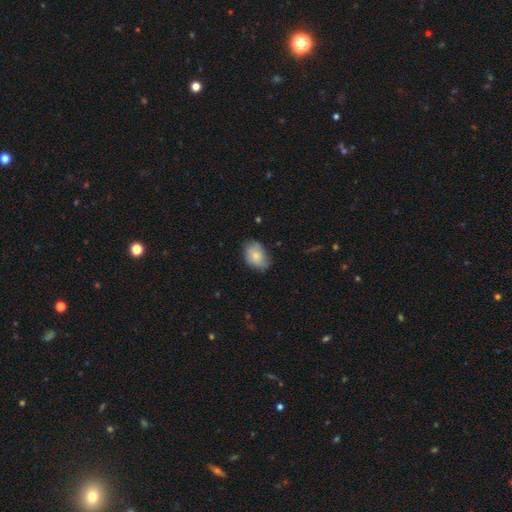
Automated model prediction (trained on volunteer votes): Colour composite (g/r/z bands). It shows a smooth galaxy with no disk features (80%) that is in between round and cigar-shaped (82%). Merging: none (67%).